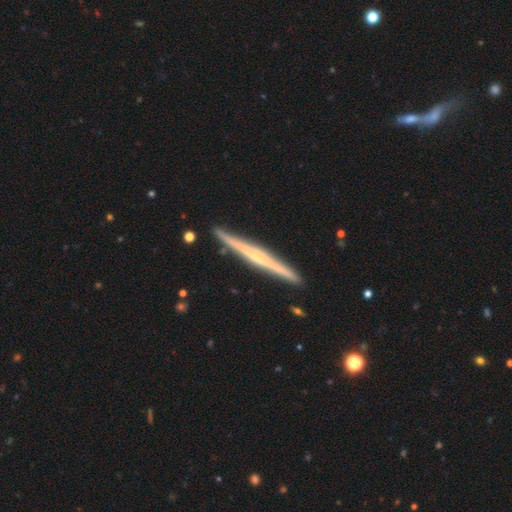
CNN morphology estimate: Smooth or featured? featured or disk (73%)
Edge-on disk? yes (98%)
Edge-on bulge? none (52%)
Merging? none (91%)